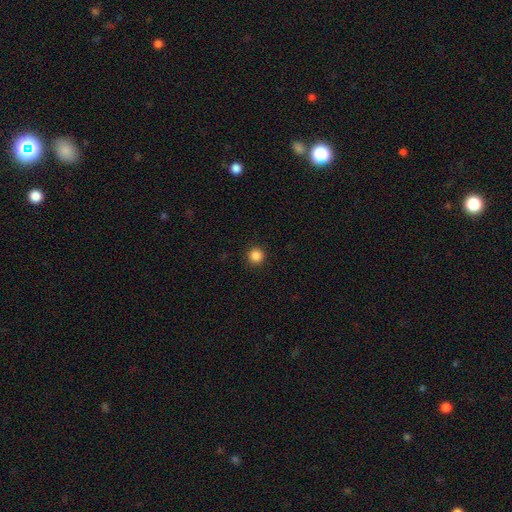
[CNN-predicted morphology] A smooth galaxy with no disk features (86%) that is round (96%).

Vote fractions:
- Smooth or featured? smooth: 86% / star or artifact: 11% / featured or disk: 3%
- How rounded? round: 96% / in between: 3% / cigar-shaped: 1%
- Merging? none: 93% / minor disturbance: 4% / major disturbance: 2% / merger: 1%